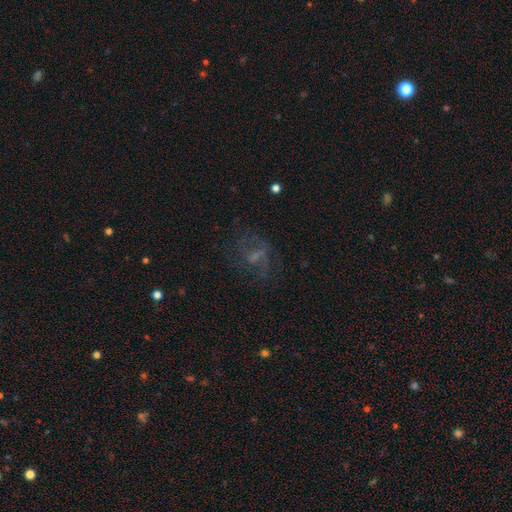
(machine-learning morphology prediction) A featured or disk galaxy (50%). Merging: none (53%).